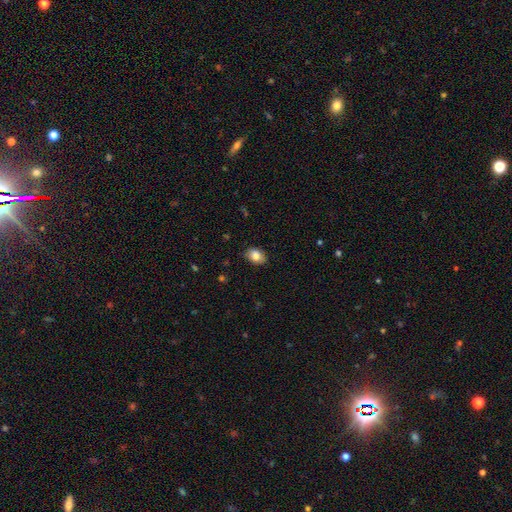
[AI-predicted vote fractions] Smooth or featured?
  - smooth: 83% *
  - featured or disk: 9%
  - star or artifact: 8%
How rounded?
  - in between: 76% *
  - round: 22%
  - cigar-shaped: 1%
Merging?
  - none: 83% *
  - minor disturbance: 13%
  - major disturbance: 2%
  - merger: 1%